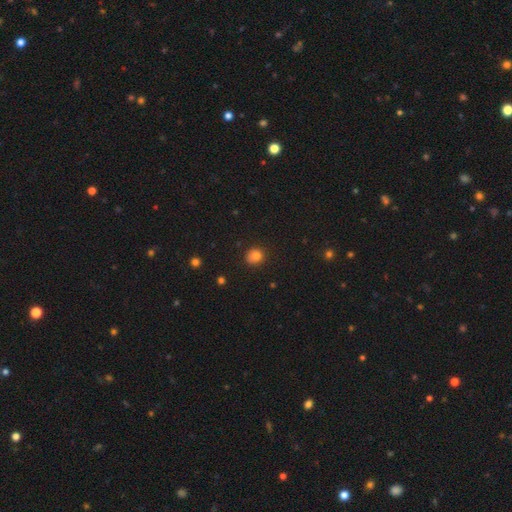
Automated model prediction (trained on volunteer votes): Smooth or featured? smooth (80%)
How rounded? round (80%)
Merging? none (76%)